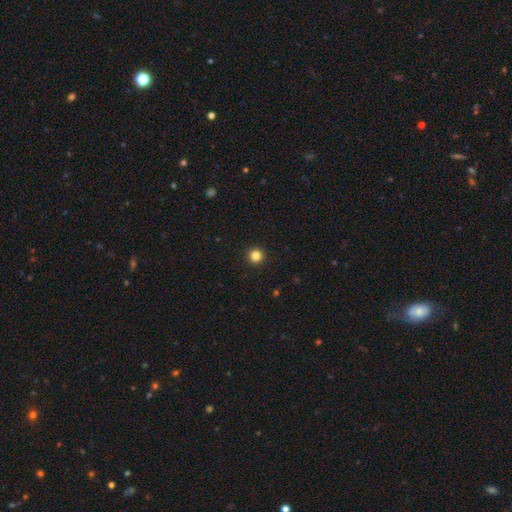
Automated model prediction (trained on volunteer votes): smooth 83%, star or artifact 13%, featured or disk 4%. Down the decision tree: how rounded — round (96%); merging — none (94%).